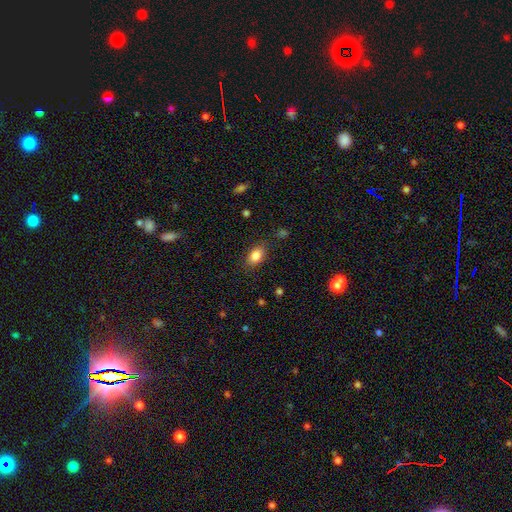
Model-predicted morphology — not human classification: Overall: smooth (84%). How rounded: in between (84%). Merging: none (82%).